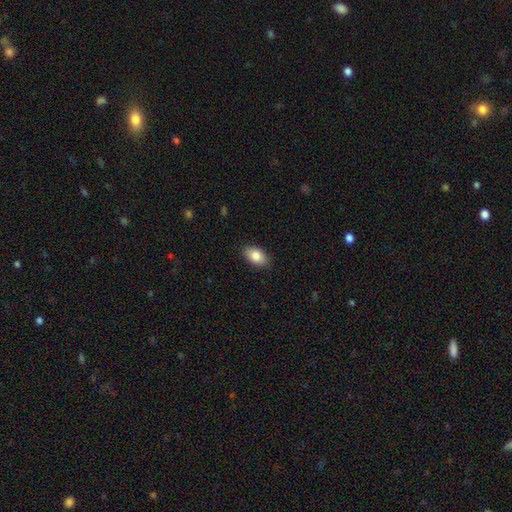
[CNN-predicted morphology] smooth 85%, featured or disk 8%, star or artifact 7%. Down the decision tree: how rounded — in between (92%); merging — none (88%).